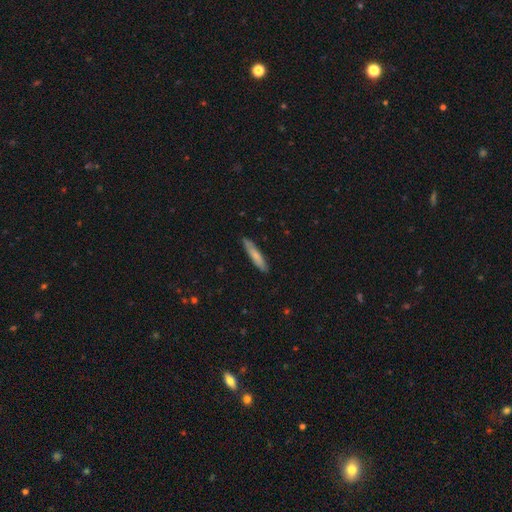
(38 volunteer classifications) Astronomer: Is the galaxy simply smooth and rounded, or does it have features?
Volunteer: smooth — 76%.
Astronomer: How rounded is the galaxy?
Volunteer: cigar-shaped — 97%.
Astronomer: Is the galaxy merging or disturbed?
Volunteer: none — 86%.